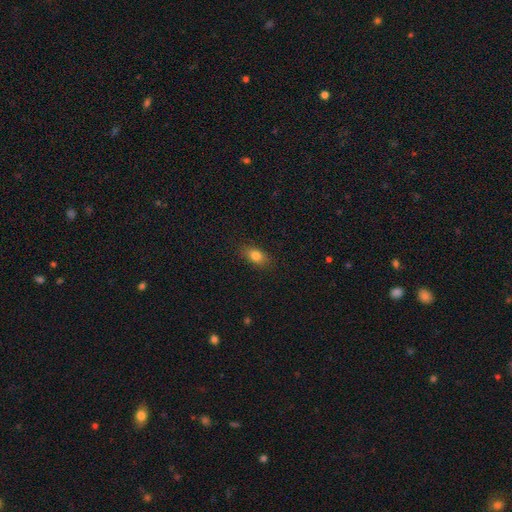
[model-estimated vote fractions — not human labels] Q: Smooth or featured?
A: smooth (80%); runner-up: featured or disk (10%)
Q: How rounded?
A: in between (79%); runner-up: round (14%)
Q: Merging?
A: none (85%); runner-up: minor disturbance (12%)